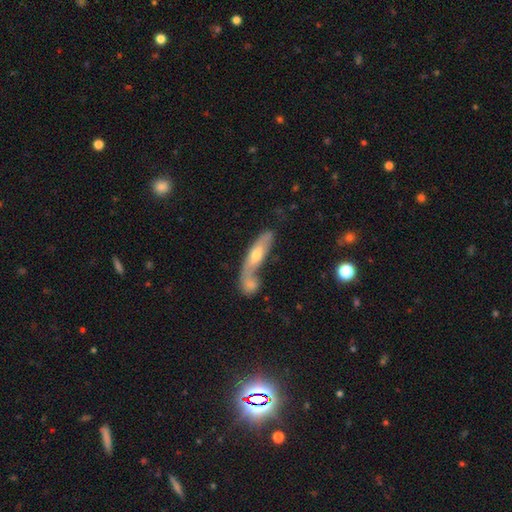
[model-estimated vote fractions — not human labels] This is possibly a smooth galaxy (54%). How rounded: possibly cigar-shaped (50%). Merging: possibly merger (52%).